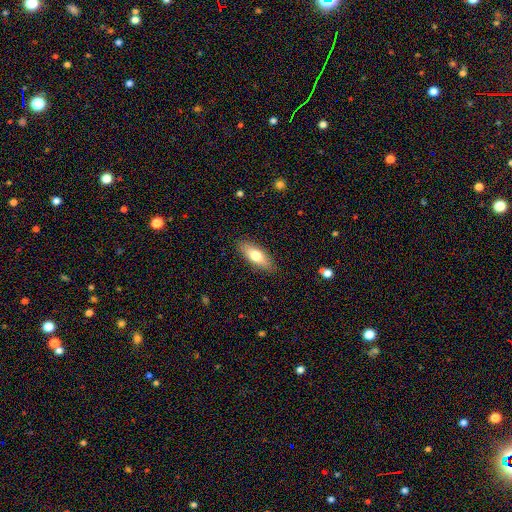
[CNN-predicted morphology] This appears to be a smooth galaxy with no disk features (72%) that is in between round and cigar-shaped (67%). Merging: none (88%).